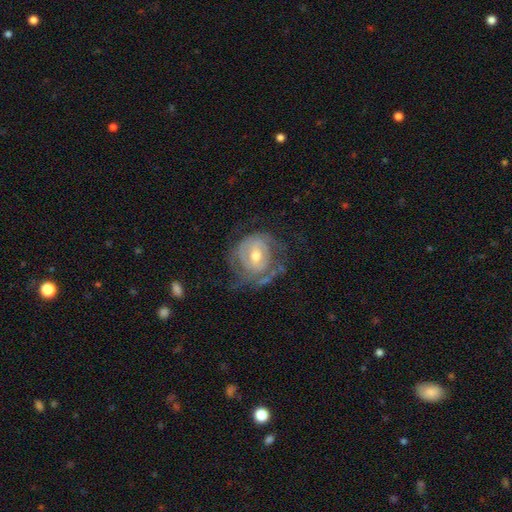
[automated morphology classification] Smooth or featured? Predicted: featured or disk (p=0.78). Edge-on disk? Predicted: no (p=0.97). Bar? Predicted: no (p=0.47). Spiral arms? Predicted: yes (p=0.80). Spiral winding? Predicted: tight (p=0.63). Spiral arm count? Predicted: can't tell (p=0.44). Bulge size? Predicted: moderate (p=0.69). Merging? Predicted: none (p=0.54).